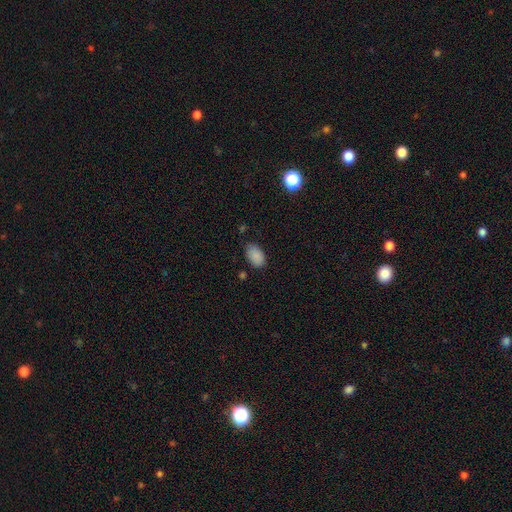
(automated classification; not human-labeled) smooth-or-featured: smooth: 88% | star or artifact: 8% | featured or disk: 4%
  how-rounded: in between: 92% | round: 6% | cigar-shaped: 1%
  merging: none: 74% | minor disturbance: 20% | major disturbance: 4% | merger: 2%